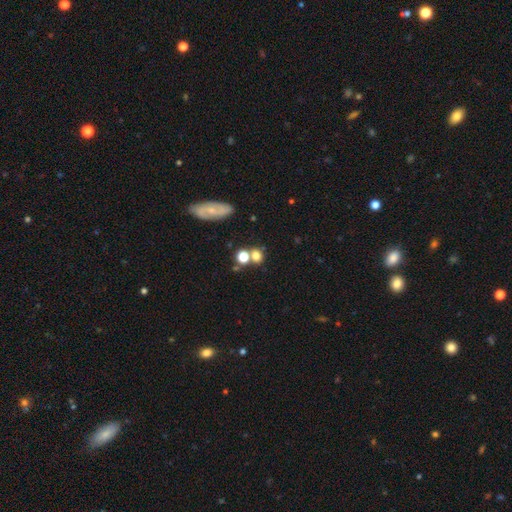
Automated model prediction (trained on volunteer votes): Smooth or featured: smooth — 72% (star or artifact — 16%)
How rounded: round — 73% (in between — 25%)
Merging: none — 56% (merger — 30%)